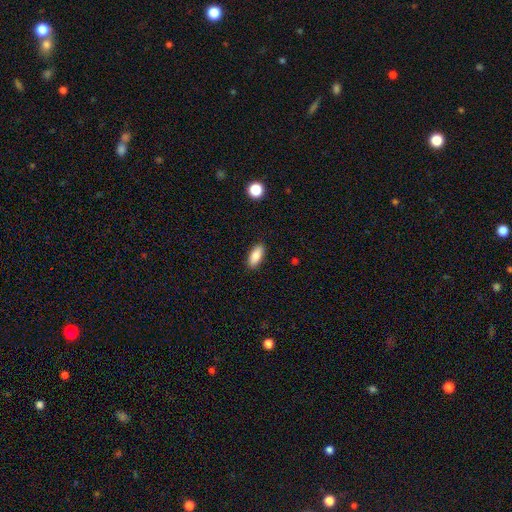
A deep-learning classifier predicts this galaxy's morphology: Smooth or featured? Predicted: smooth (p=0.85). How rounded? Predicted: in between (p=0.81). Merging? Predicted: none (p=0.89).